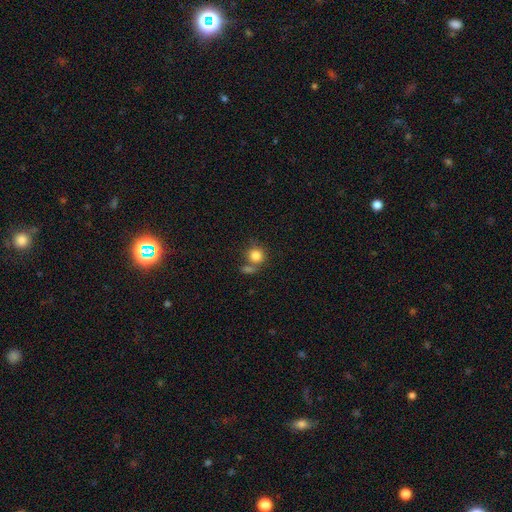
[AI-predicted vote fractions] Overall: smooth (83%). How rounded: round (87%). Merging: none (56%; merger 28%).